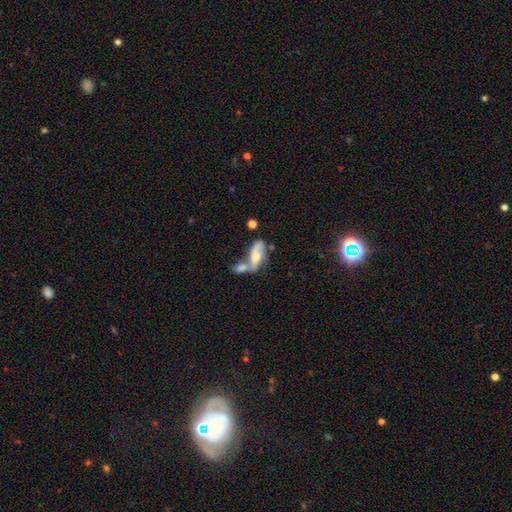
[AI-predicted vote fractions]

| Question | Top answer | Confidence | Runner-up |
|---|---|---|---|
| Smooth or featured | featured or disk | 51% | smooth (41%) |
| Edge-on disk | no | 87% | yes (13%) |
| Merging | merger | 55% | none (24%) |